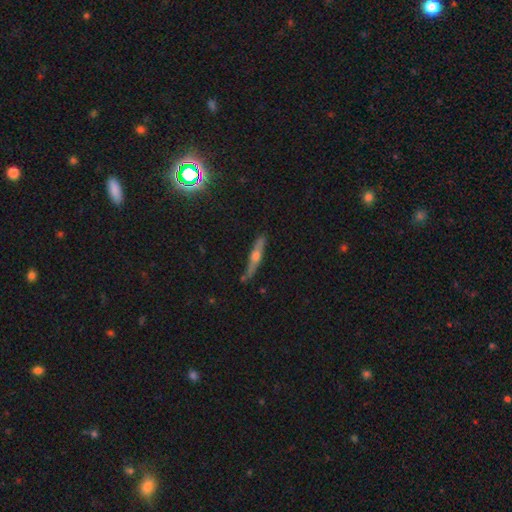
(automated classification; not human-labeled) Smooth or featured? featured or disk (62%)
Edge-on disk? yes (93%)
Edge-on bulge? rounded (88%)
Merging? none (78%)